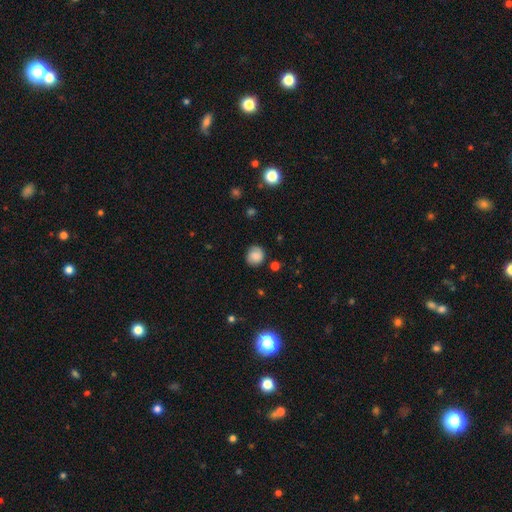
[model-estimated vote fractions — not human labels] Overall: smooth (78%). How rounded: round (82%). Merging: none (79%).